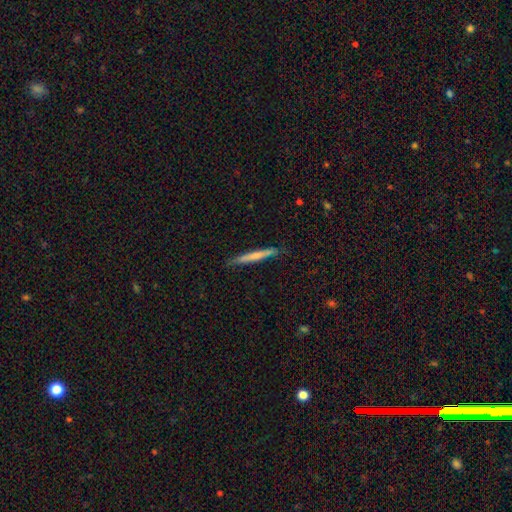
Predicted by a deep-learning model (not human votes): This appears to be a smooth galaxy with no disk features (52%) that is cigar-shaped (96%). Merging: none (85%).